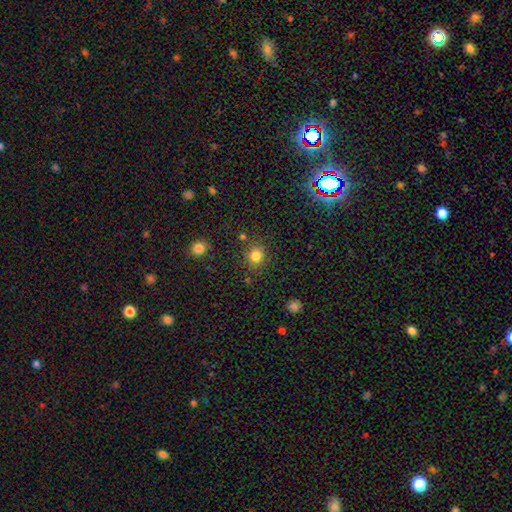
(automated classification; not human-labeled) smooth-or-featured: smooth: 81% | star or artifact: 14% | featured or disk: 5%
  how-rounded: round: 86% | in between: 14% | cigar-shaped: 1%
  merging: none: 81% | minor disturbance: 10% | merger: 5% | major disturbance: 4%